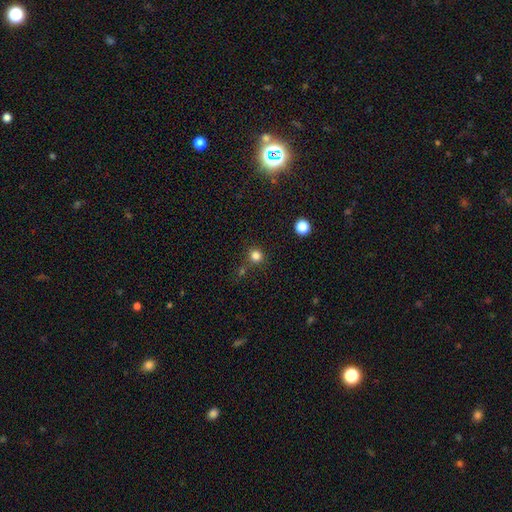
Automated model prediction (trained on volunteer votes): Morphology: type=smooth (81%); roundness=round (91%); merging=none (80%).